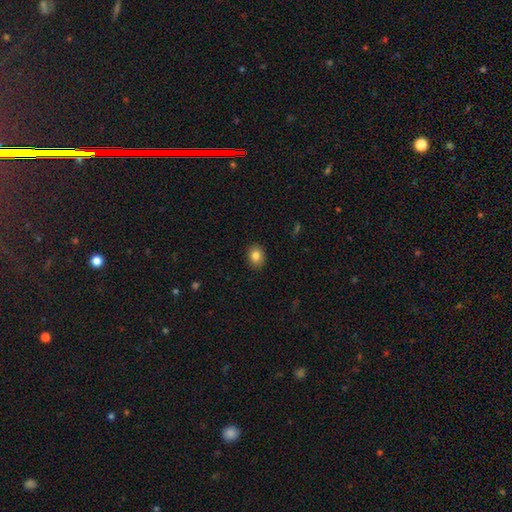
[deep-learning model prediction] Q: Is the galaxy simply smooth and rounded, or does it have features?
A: smooth — 83%.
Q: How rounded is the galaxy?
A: in between — 53%.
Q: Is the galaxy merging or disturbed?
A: none — 89%.